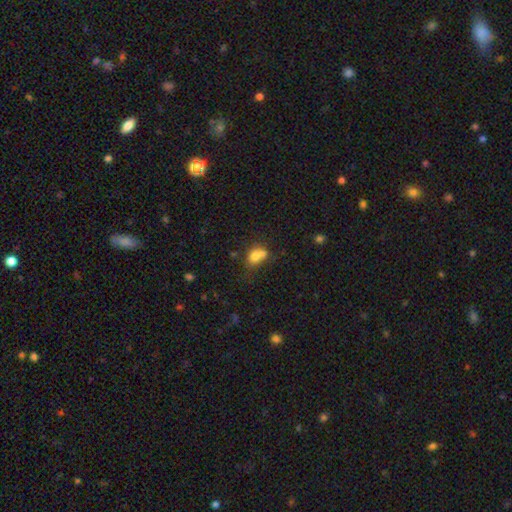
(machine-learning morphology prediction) A smooth galaxy with no disk features (71%) that is round (60%). Merging: merger (60%).